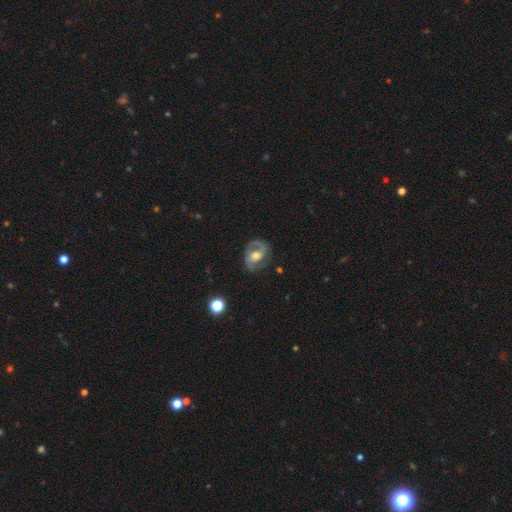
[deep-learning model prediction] A featured or disk galaxy (78%) with a weak bar (42%), 2 (82%) medium (51%) spiral arms (89%) and a moderate central bulge (66%).

Vote fractions:
- Smooth or featured? featured or disk: 78% / smooth: 16% / star or artifact: 6%
- Edge-on disk? no: 97% / yes: 3%
- Bar? weak: 42% / no: 39% / strong: 19%
- Spiral arms? yes: 89% / no: 11%
- Spiral winding? medium: 51% / tight: 31% / loose: 18%
- Spiral arm count? 2: 82% / can't tell: 7% / 1: 7% / 3: 2% / 4: 1% / more than 4: 1%
- Bulge size? moderate: 66% / small: 19% / large: 12% / none: 2% / dominant: 1%
- Merging? none: 72% / minor disturbance: 18% / major disturbance: 8% / merger: 2%